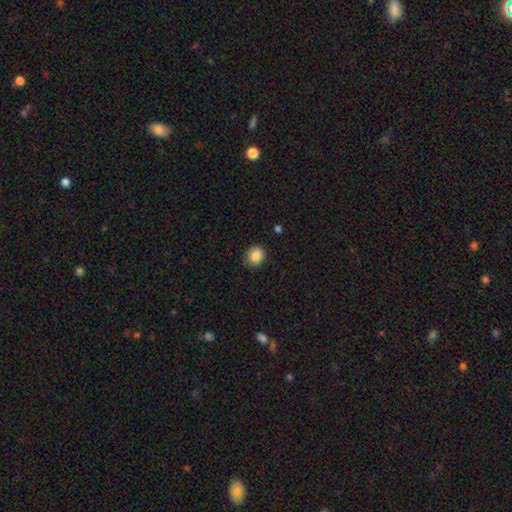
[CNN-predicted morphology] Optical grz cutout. It shows a smooth galaxy with no disk features (87%) that is round (73%). Merging: none (83%).